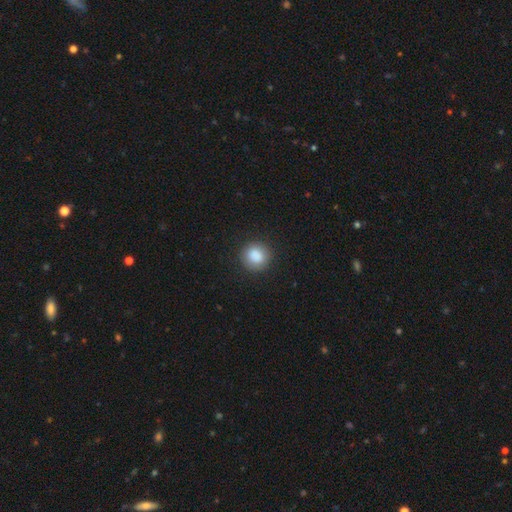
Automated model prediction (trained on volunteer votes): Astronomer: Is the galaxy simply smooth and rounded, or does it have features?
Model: smooth — 86%.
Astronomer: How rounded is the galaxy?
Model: round — 88%.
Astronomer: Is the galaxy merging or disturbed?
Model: none — 87%.